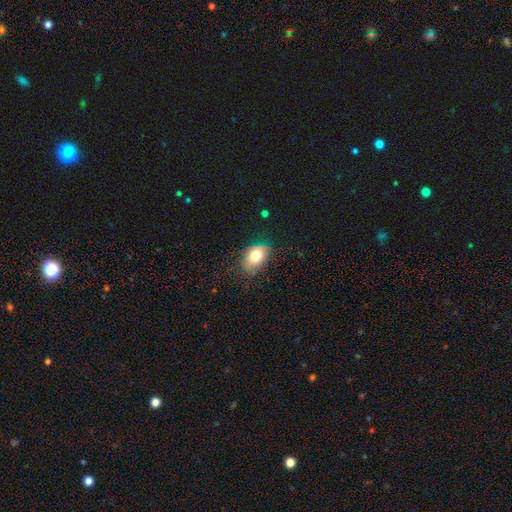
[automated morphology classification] This appears to be a smooth galaxy with no disk features (75%) that is in between round and cigar-shaped (82%). Merging: none (70%).